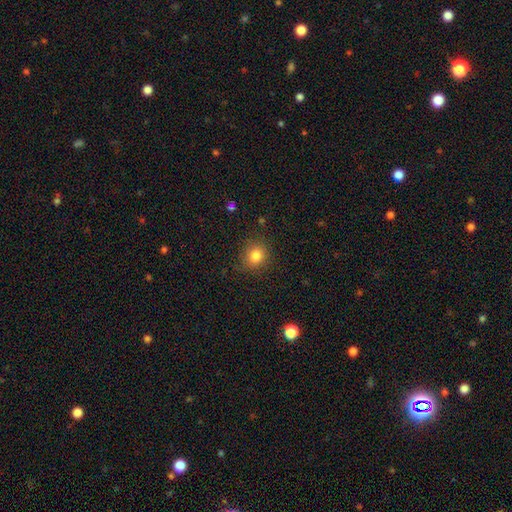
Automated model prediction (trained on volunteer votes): Smooth or featured?
  - smooth: 82% *
  - star or artifact: 12%
  - featured or disk: 6%
How rounded?
  - round: 74% *
  - in between: 25%
  - cigar-shaped: 1%
Merging?
  - none: 82% *
  - minor disturbance: 13%
  - major disturbance: 4%
  - merger: 1%